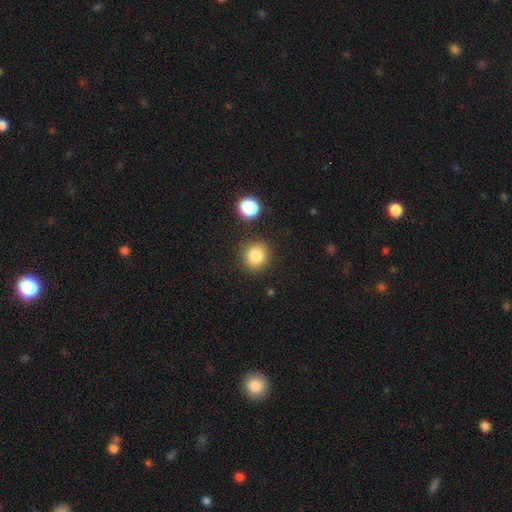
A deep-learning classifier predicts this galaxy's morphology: Smooth or featured? Predicted: smooth (p=0.83). How rounded? Predicted: round (p=0.86). Merging? Predicted: none (p=0.86).